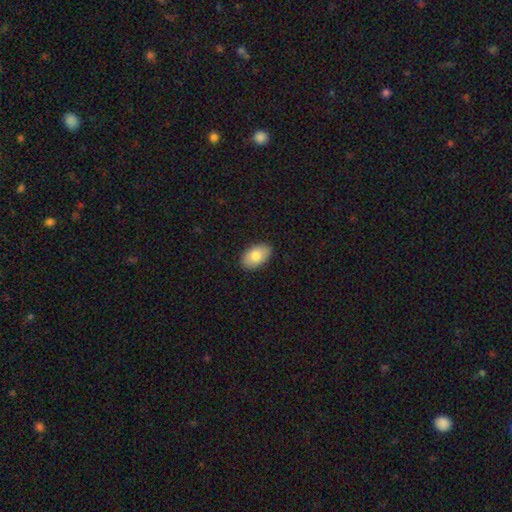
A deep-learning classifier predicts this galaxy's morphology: The model was most divided on "smooth or featured": smooth: 81%, featured or disk: 13%, star or artifact: 7%. More confident: how rounded — in between (93%); merging — none (89%).